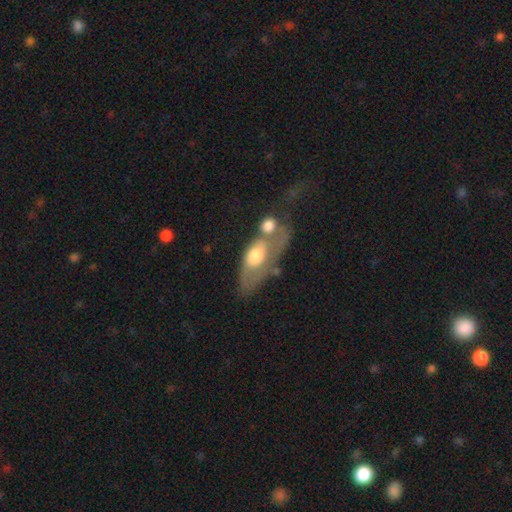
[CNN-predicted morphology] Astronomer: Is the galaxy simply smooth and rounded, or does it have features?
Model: featured or disk — 48% (runner-up: smooth, 46%).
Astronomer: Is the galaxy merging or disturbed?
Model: merger — 43% (runner-up: none, 23%).